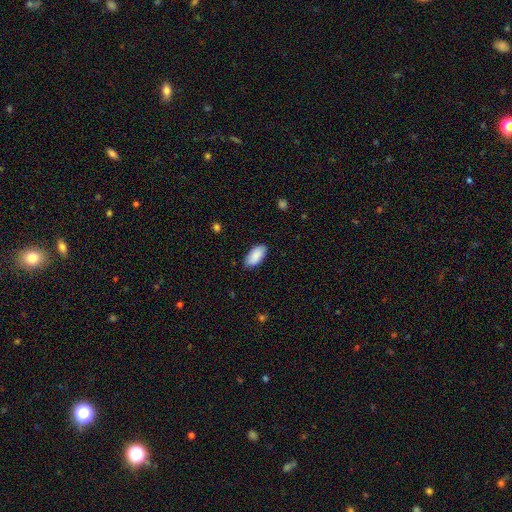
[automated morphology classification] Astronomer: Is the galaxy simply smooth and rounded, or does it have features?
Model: smooth — 89%.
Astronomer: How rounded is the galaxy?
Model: in between — 94%.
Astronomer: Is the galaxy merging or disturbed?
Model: none — 85%.